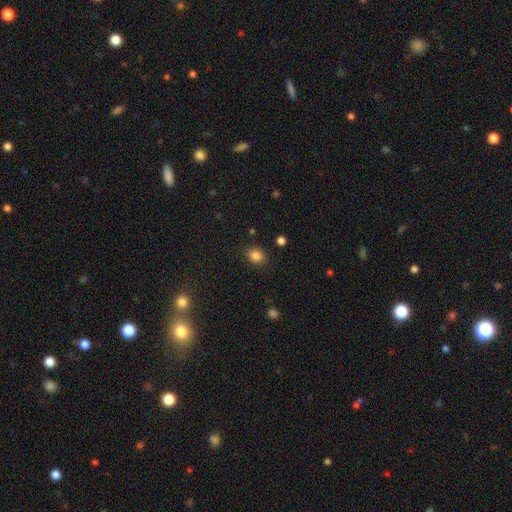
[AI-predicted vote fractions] Smooth or featured? Predicted: smooth (p=0.84). How rounded? Predicted: round (p=0.58). Merging? Predicted: none (p=0.86).